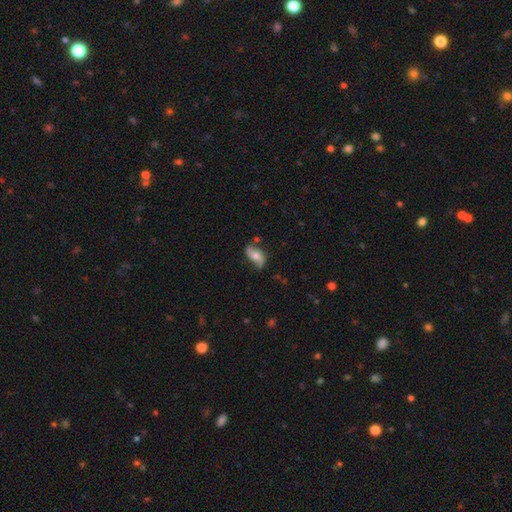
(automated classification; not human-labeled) Smooth or featured? Predicted: featured or disk (p=0.62). Edge-on disk? Predicted: no (p=0.92). Bar? Predicted: no (p=0.64). Spiral arms? Predicted: yes (p=0.88). Spiral winding? Predicted: loose (p=0.75). Spiral arm count? Predicted: 2 (p=0.90). Bulge size? Predicted: moderate (p=0.62). Merging? Predicted: none (p=0.68).